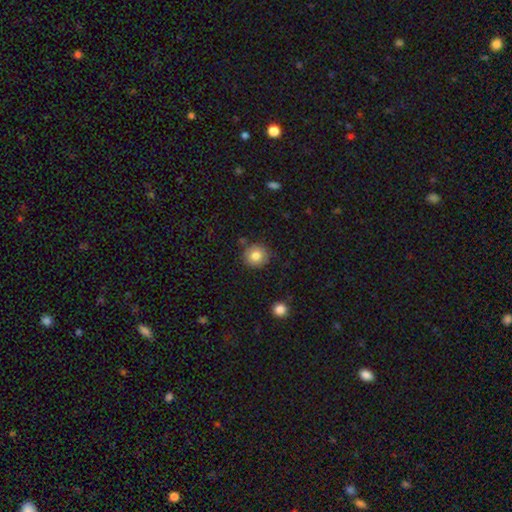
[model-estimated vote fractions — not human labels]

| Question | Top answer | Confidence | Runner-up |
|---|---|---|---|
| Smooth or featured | smooth | 82% | star or artifact (9%) |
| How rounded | round | 88% | in between (11%) |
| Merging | none | 84% | minor disturbance (11%) |